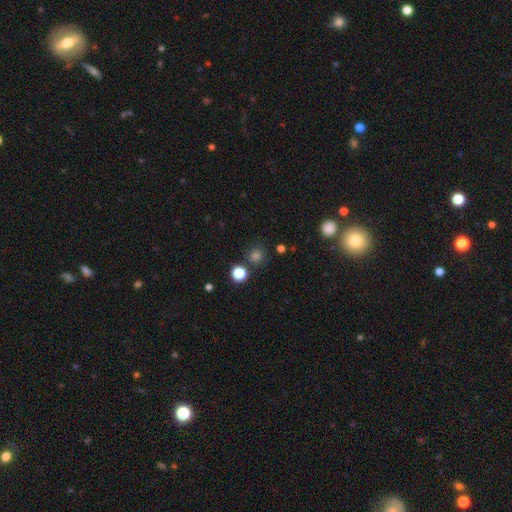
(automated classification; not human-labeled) Morphology: type=smooth (72%); roundness=round (91%); merging=none (83%).